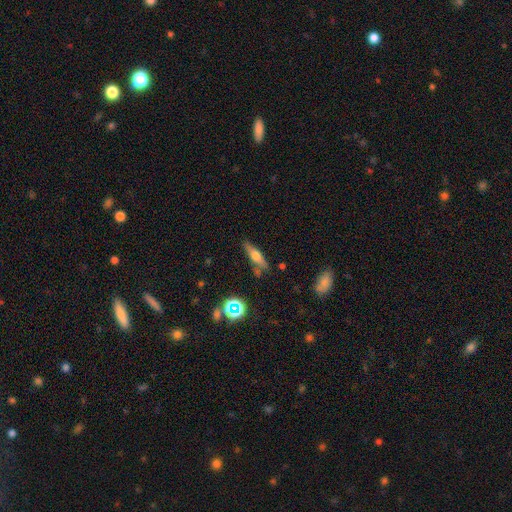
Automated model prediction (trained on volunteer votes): Overall: featured or disk (48%; smooth 42%). Merging: none (77%).